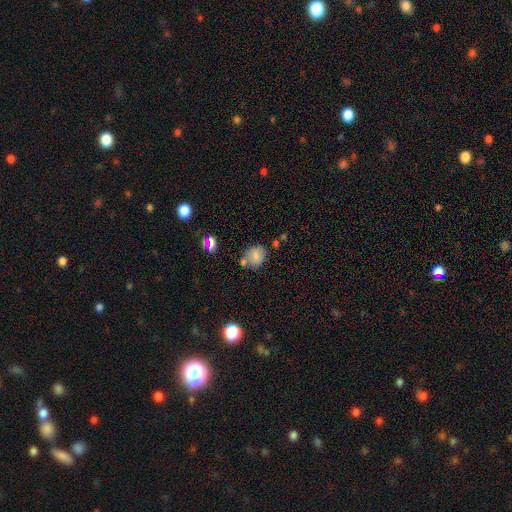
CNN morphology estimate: A smooth galaxy with no disk features (74%) that is round (60%). Merging: none (63%).